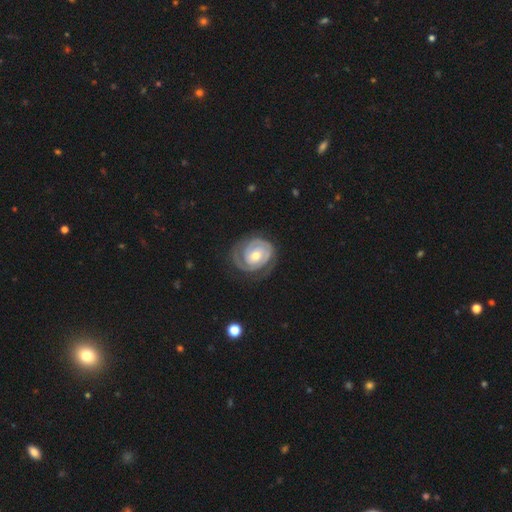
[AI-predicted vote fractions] The model was most divided on "bulge size": moderate: 66%, small: 28%, large: 4%, none: 1%, dominant: 1%. More confident: edge-on disk — no (98%); spiral arms — yes (96%); smooth or featured — featured or disk (87%); spiral winding — tight (79%); merging — none (73%); bar — no (65%); spiral arm count — 2 (64%).